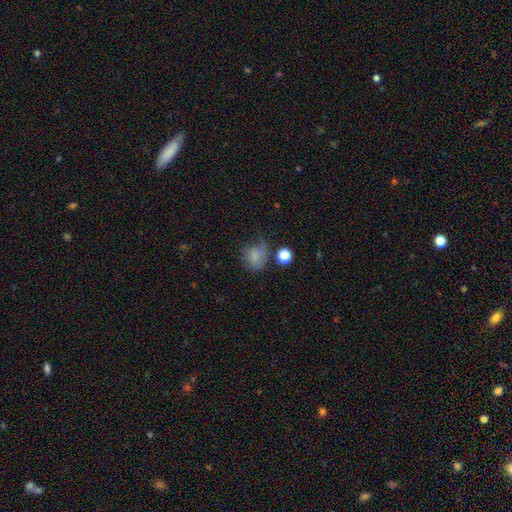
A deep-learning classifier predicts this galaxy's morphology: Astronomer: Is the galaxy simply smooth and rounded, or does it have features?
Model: smooth — 72%.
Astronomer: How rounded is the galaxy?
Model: round — 55% (runner-up: in between, 44%).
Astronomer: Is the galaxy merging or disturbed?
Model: none — 38% (runner-up: minor disturbance, 28%).